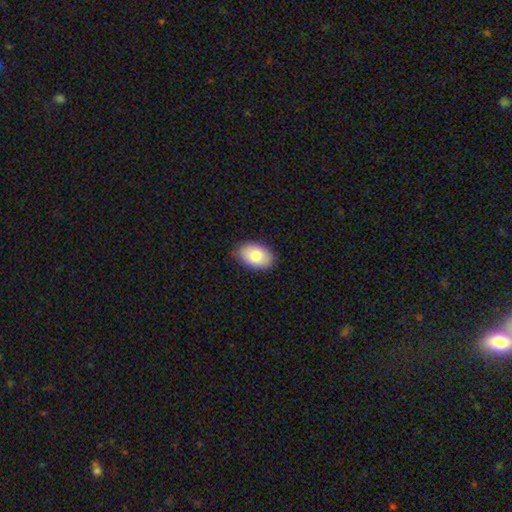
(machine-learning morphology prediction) This is clearly a smooth galaxy (84%). How rounded: clearly in between (92%). Merging: clearly none (85%).